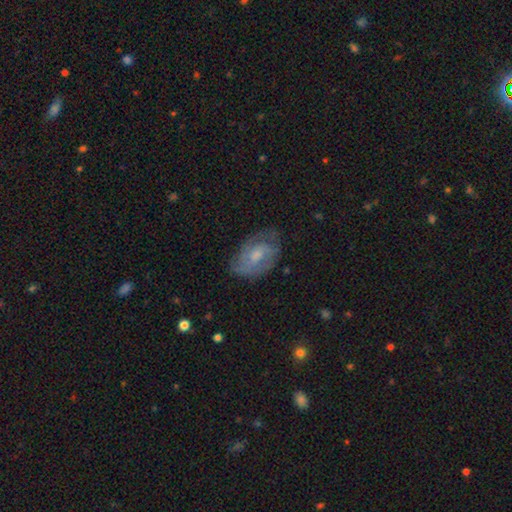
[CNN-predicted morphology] This is likely a featured or disk galaxy (64%). It is clearly not viewed edge-on (96%). Bar: possibly no (53%). Spiral arm pattern: clearly yes (81%). Central bulge: possibly moderate (47%). Merging: likely none (65%).